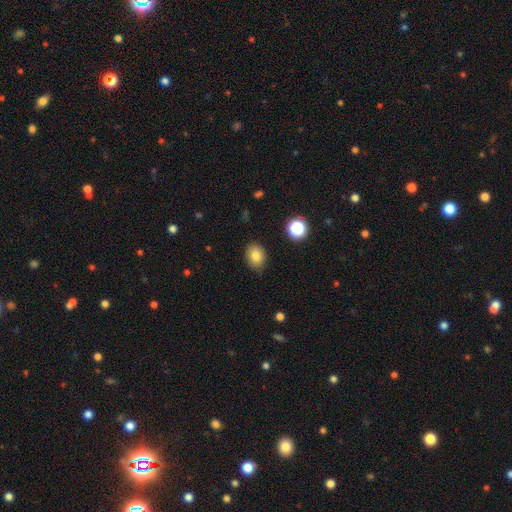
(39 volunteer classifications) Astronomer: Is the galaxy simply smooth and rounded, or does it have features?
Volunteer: smooth — 92%.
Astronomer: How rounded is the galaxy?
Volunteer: in between — 53% (runner-up: round, 47%).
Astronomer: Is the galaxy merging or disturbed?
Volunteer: none — 68%.